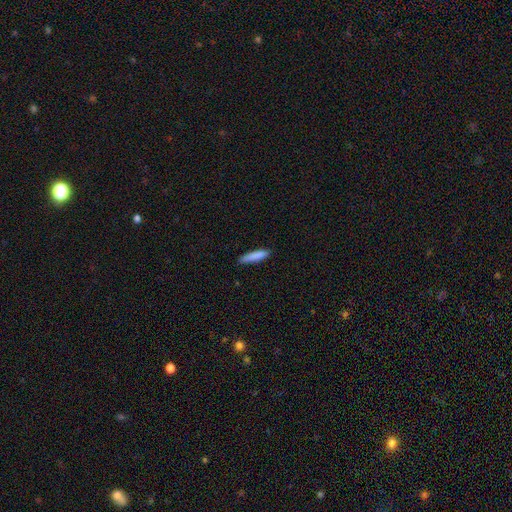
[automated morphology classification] This appears to be a smooth galaxy with no disk features (86%) that is cigar-shaped (83%). Merging: none (85%).